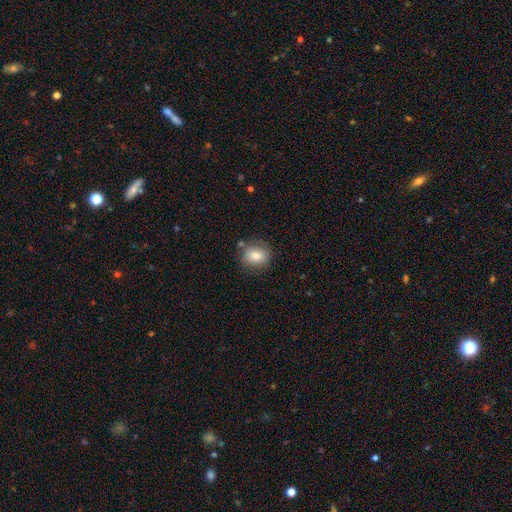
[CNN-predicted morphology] Q: Smooth or featured?
A: smooth (80%); runner-up: featured or disk (11%)
Q: How rounded?
A: round (74%); runner-up: in between (25%)
Q: Merging?
A: none (77%); runner-up: minor disturbance (15%)